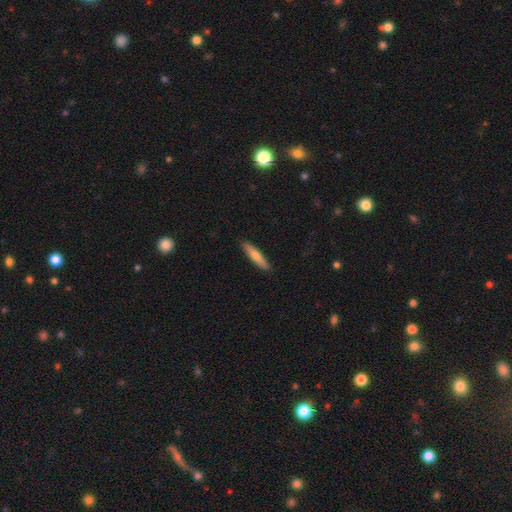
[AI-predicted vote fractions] Smooth or featured? smooth (68%)
How rounded? cigar-shaped (87%)
Merging? none (90%)